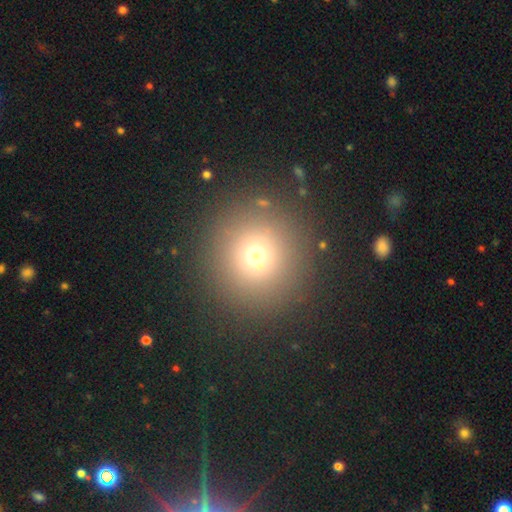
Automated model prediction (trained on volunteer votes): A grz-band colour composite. It shows a smooth galaxy with no disk features (65%) that is round (95%). Merging: none (84%).